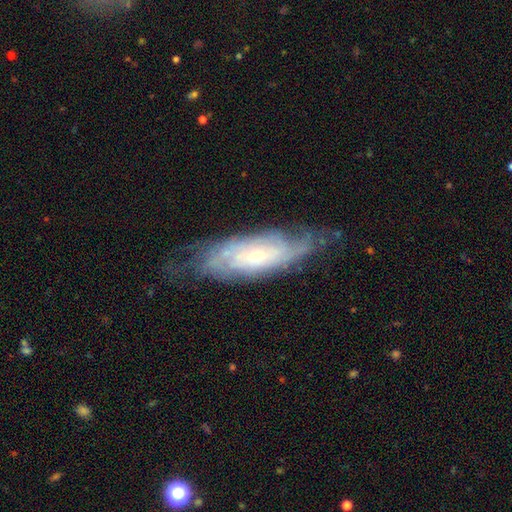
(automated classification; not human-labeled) This is likely a featured or disk galaxy (76%). It is clearly not viewed edge-on (81%). Bar: likely no (68%). Spiral arm pattern: clearly yes (87%). Spiral arm count: possibly can't tell (60%). Spiral winding: likely tight (66%). Central bulge: likely small (60%). Merging: likely none (65%).